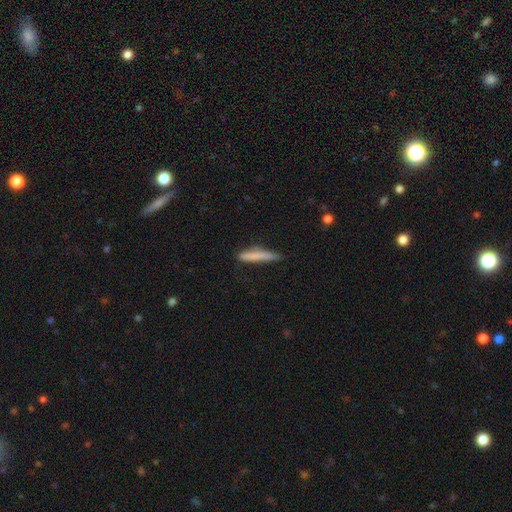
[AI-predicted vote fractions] Smooth or featured? smooth (75%)
How rounded? cigar-shaped (93%)
Merging? none (68%)